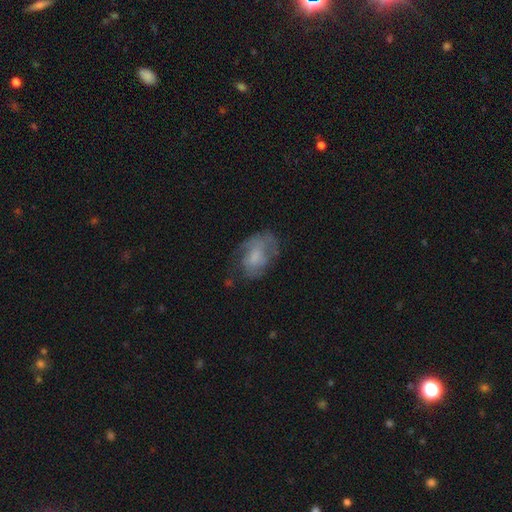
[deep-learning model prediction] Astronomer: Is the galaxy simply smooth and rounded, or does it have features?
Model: featured or disk — 48% (runner-up: smooth, 43%).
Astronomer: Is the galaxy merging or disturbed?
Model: none — 51%.